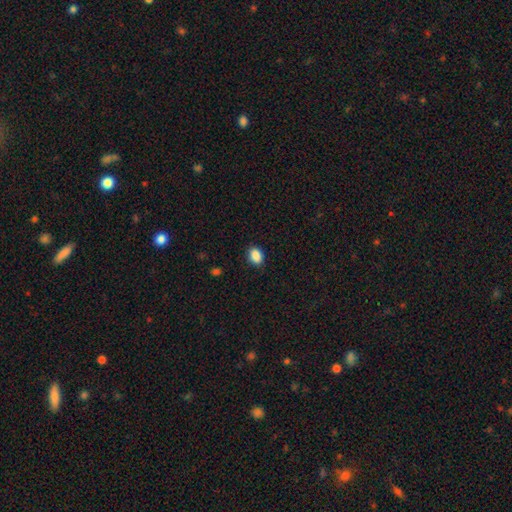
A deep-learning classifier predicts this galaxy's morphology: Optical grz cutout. It shows a smooth galaxy with no disk features (89%) that is in between round and cigar-shaped (63%). Merging: none (88%).